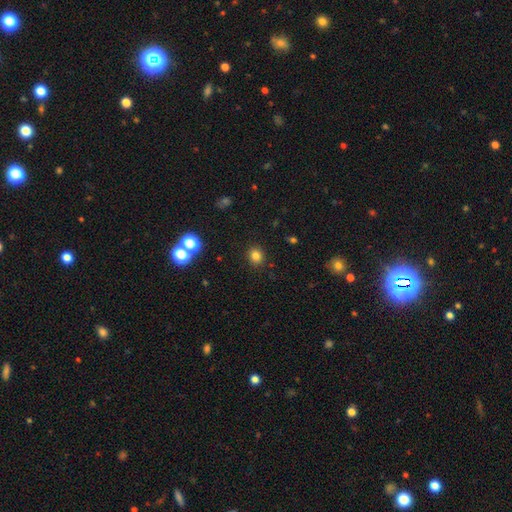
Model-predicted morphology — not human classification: A smooth galaxy with no disk features (80%) that is round (77%).

Vote fractions:
- Smooth or featured? smooth: 80% / star or artifact: 14% / featured or disk: 5%
- How rounded? round: 77% / in between: 22% / cigar-shaped: 1%
- Merging? none: 89% / minor disturbance: 7% / major disturbance: 2% / merger: 2%